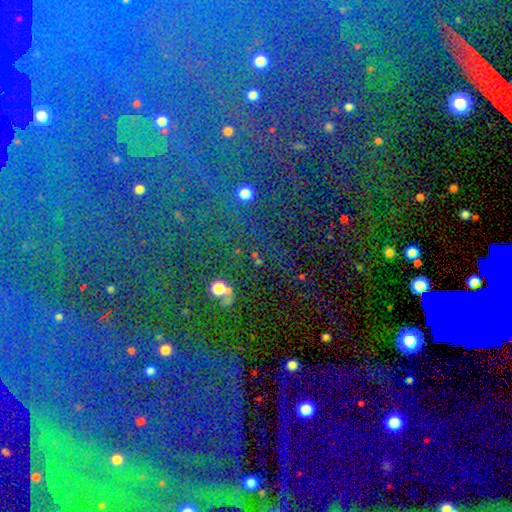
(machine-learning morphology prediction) This appears to be a star or artifact, not a galaxy (66%).